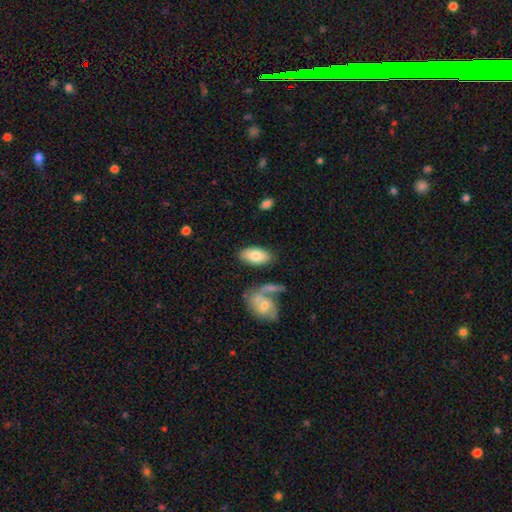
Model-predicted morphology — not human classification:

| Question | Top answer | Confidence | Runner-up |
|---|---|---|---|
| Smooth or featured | smooth | 78% | featured or disk (16%) |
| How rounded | in between | 93% | cigar-shaped (4%) |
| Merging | none | 71% | minor disturbance (13%) |